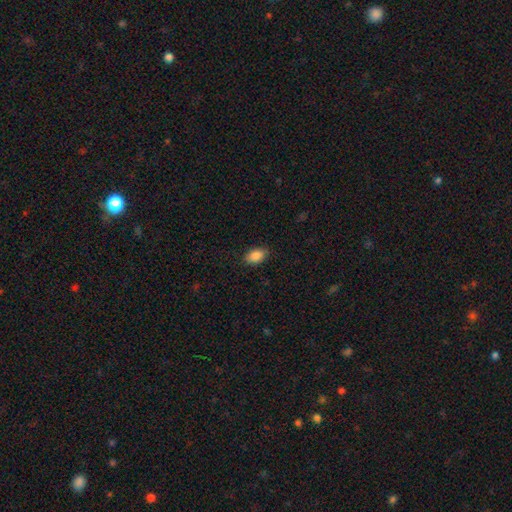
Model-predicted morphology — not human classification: smooth 88%, star or artifact 8%, featured or disk 4%. Down the decision tree: how rounded — in between (90%); merging — none (86%).